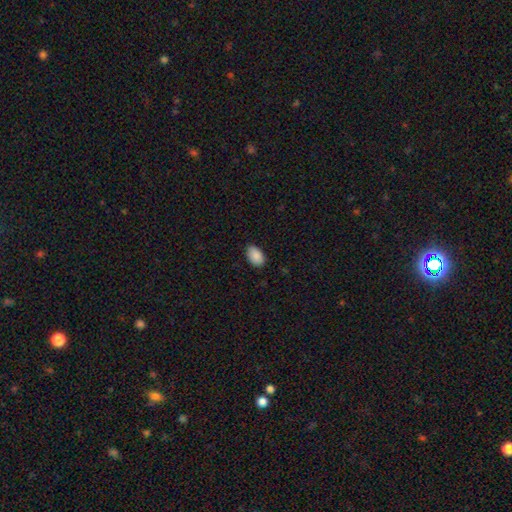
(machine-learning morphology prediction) type=smooth (89%); roundness=in between (91%); merging=none (84%).